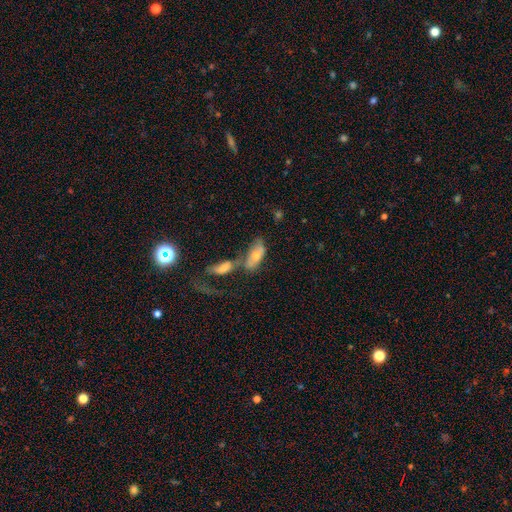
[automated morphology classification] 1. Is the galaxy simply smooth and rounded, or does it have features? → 61% smooth, 31% featured or disk, 8% star or artifact.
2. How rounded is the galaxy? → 83% in between, 14% cigar-shaped, 3% round.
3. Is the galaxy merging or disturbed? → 50% merger, 24% none, 14% minor disturbance, 12% major disturbance.